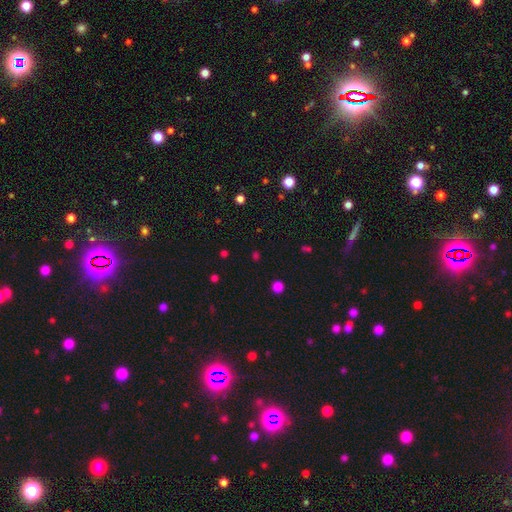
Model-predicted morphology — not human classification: Smooth or featured?
  - smooth: 49% *
  - star or artifact: 45%
  - featured or disk: 6%
Merging?
  - none: 86% *
  - minor disturbance: 8%
  - major disturbance: 4%
  - merger: 3%